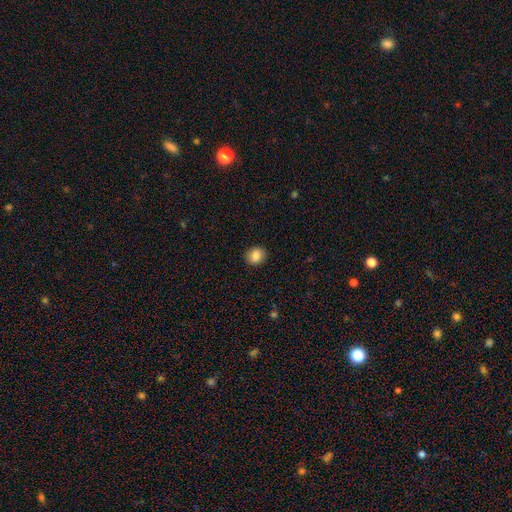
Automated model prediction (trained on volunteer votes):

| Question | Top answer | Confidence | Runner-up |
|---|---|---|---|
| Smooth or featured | smooth | 86% | star or artifact (9%) |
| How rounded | round | 74% | in between (25%) |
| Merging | none | 91% | minor disturbance (6%) |